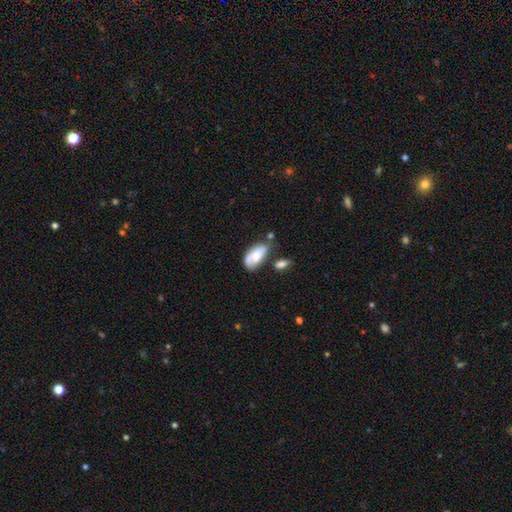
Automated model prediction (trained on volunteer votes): The model was most divided on "merging": none: 39%, minor disturbance: 29%, merger: 21%, major disturbance: 12%. More confident: how rounded — in between (92%); smooth or featured — smooth (62%).